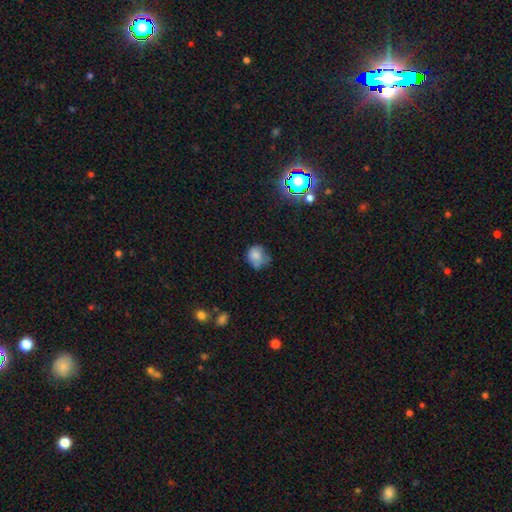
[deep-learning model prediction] Smooth or featured? Predicted: smooth (p=0.75). How rounded? Predicted: round (p=0.67). Merging? Predicted: none (p=0.49).